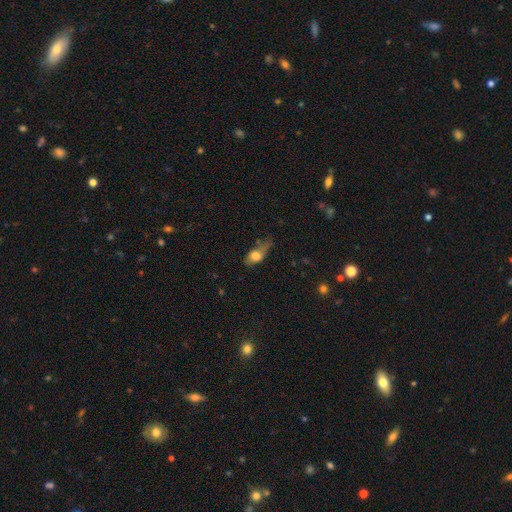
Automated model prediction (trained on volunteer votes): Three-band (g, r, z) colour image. It shows a smooth galaxy with no disk features (65%) that is in between round and cigar-shaped (74%). Merging: minor disturbance (33%).